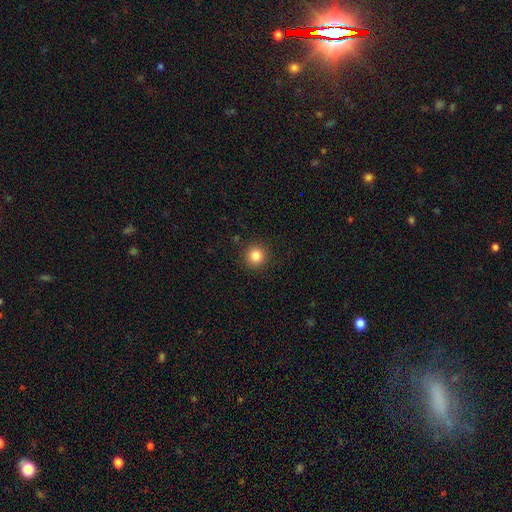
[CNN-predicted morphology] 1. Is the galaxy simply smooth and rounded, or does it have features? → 84% smooth, 11% star or artifact, 4% featured or disk.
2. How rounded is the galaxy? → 94% round, 5% in between, 1% cigar-shaped.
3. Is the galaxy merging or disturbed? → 91% none, 6% minor disturbance, 2% major disturbance, 1% merger.